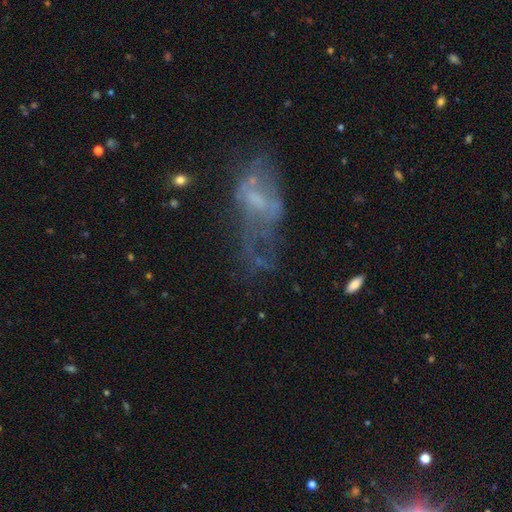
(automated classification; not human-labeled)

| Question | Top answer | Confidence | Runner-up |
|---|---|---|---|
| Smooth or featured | featured or disk | 56% | smooth (27%) |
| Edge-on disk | no | 90% | yes (10%) |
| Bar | no | 66% | weak (26%) |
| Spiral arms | no | 77% | yes (23%) |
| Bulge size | none | 43% | small (33%) |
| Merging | major disturbance | 38% | none (33%) |